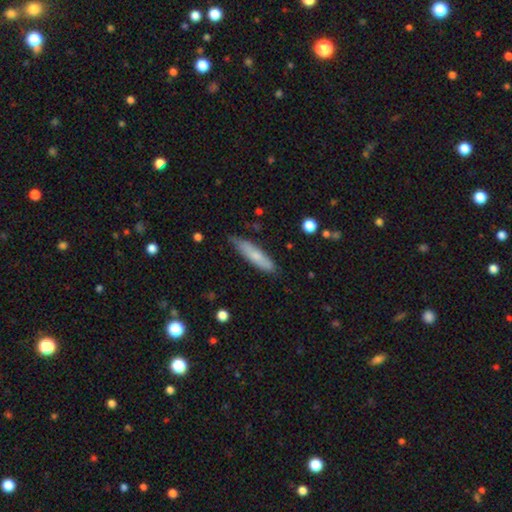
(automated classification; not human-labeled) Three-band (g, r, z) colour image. It shows a smooth galaxy with no disk features (68%) that is cigar-shaped (79%). Merging: none (76%).